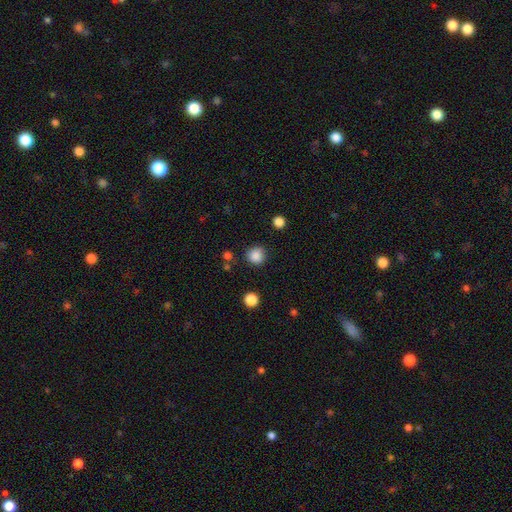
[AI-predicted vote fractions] Smooth or featured? Predicted: smooth (p=0.86). How rounded? Predicted: round (p=0.92). Merging? Predicted: none (p=0.84).